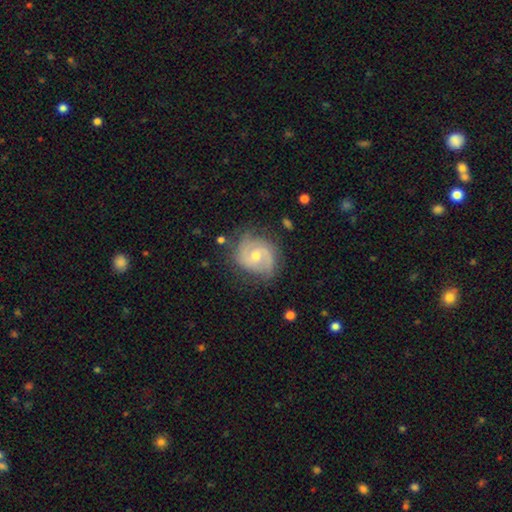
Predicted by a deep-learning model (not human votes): Smooth or featured? featured or disk (77%)
Edge-on disk? no (97%)
Bar? no (55%)
Spiral arms? yes (92%)
Spiral winding? medium (43%)
Spiral arm count? 2 (73%)
Bulge size? moderate (59%)
Merging? none (71%)